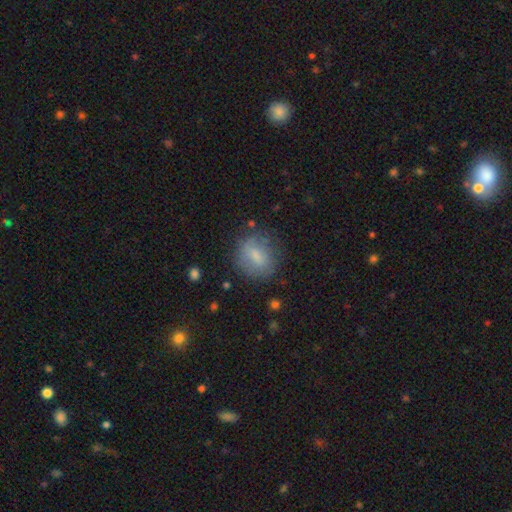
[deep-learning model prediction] Smooth or featured? Predicted: smooth (p=0.69). How rounded? Predicted: round (p=0.56). Merging? Predicted: none (p=0.68).